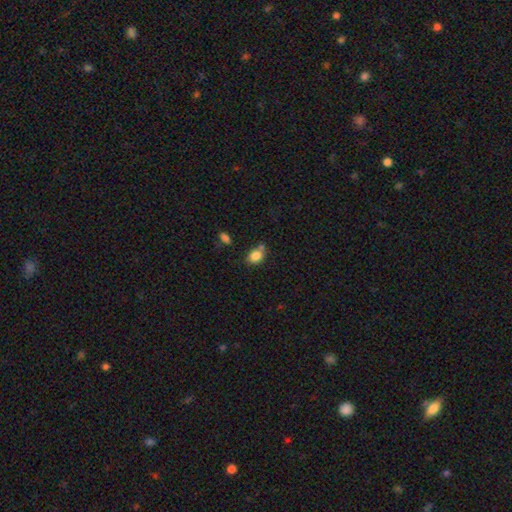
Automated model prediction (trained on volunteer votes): A smooth galaxy with no disk features (83%) that is in between round and cigar-shaped (56%).

Vote fractions:
- Smooth or featured? smooth: 83% / star or artifact: 10% / featured or disk: 7%
- How rounded? in between: 56% / round: 43% / cigar-shaped: 1%
- Merging? none: 55% / merger: 23% / minor disturbance: 17% / major disturbance: 5%